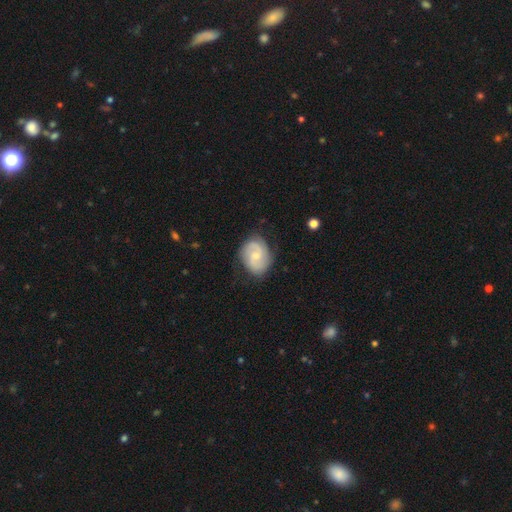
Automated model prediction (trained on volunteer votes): This is likely a featured or disk galaxy (74%). It is clearly not viewed edge-on (98%). Bar: possibly no (50%). Spiral arm pattern: clearly yes (95%). Spiral arm count: clearly 2 (81%). Spiral winding: possibly medium (47%). Central bulge: possibly small (51%). Merging: likely none (78%).